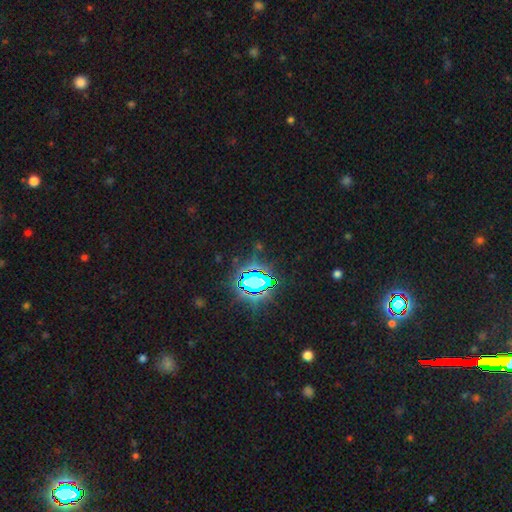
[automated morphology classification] Smooth or featured?
  - star or artifact: 79% *
  - smooth: 13%
  - featured or disk: 8%